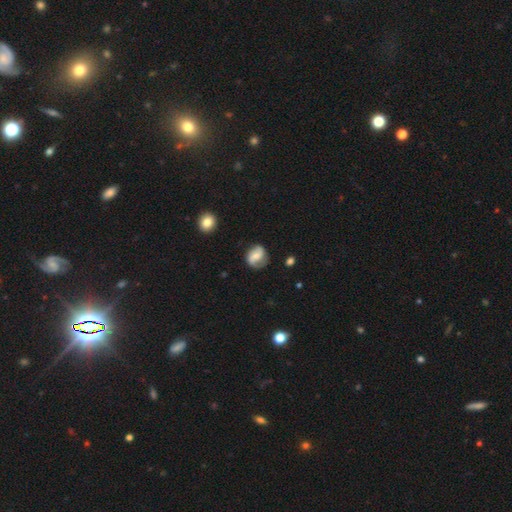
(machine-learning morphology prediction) This is possibly a featured or disk galaxy (57%). It is clearly not viewed edge-on (97%). Bar: marginally weak (41%). Spiral arm pattern: clearly yes (88%). Central bulge: marginally small (44%). Merging: likely none (68%).